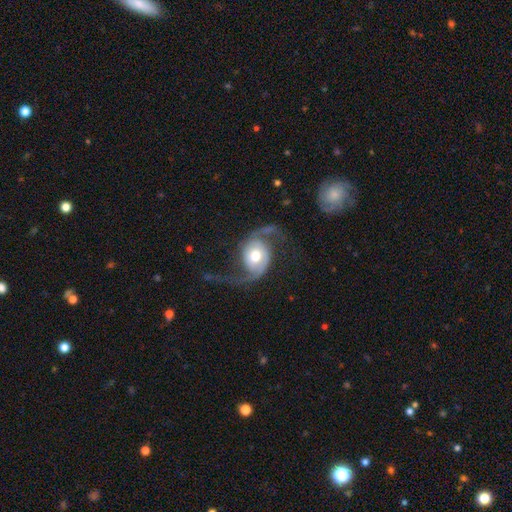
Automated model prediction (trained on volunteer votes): Morphology: type=featured or disk (86%); edge-on=no (97%); bar=no (66%); spiral arms=yes (96%); winding=loose (77%); arm count=2 (93%); bulge=moderate (65%); merging=none (61%).